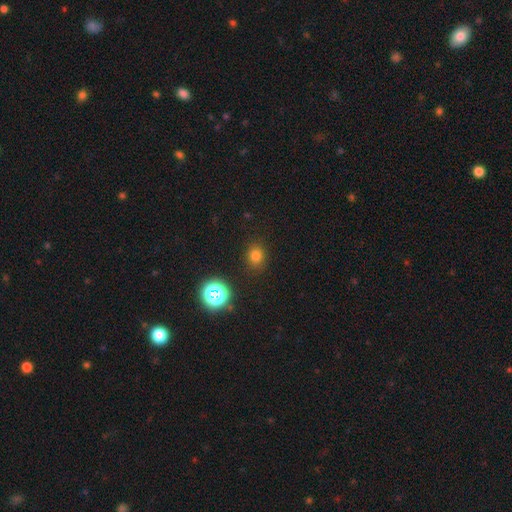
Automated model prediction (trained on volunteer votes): A smooth galaxy with no disk features (75%) that is round (72%).

Vote fractions:
- Smooth or featured? smooth: 75% / star or artifact: 20% / featured or disk: 5%
- How rounded? round: 72% / in between: 27% / cigar-shaped: 1%
- Merging? none: 87% / minor disturbance: 9% / major disturbance: 3% / merger: 2%